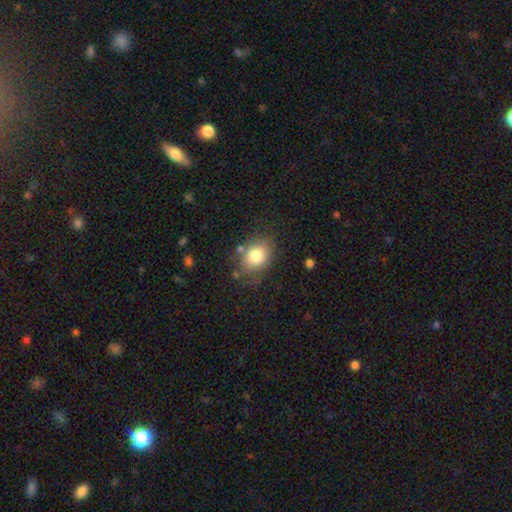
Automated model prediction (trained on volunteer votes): This is likely a smooth galaxy (79%). How rounded: possibly in between (56%). Merging: likely none (74%).